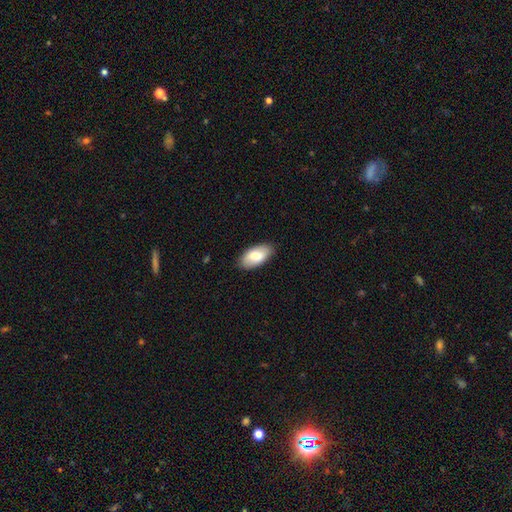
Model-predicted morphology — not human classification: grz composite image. It shows a smooth galaxy with no disk features (79%) that is in between round and cigar-shaped (94%). Merging: none (86%).